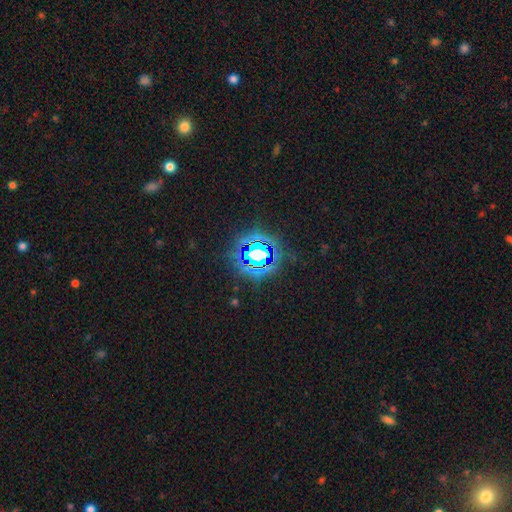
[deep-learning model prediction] Morphology: type=star or artifact (80%).